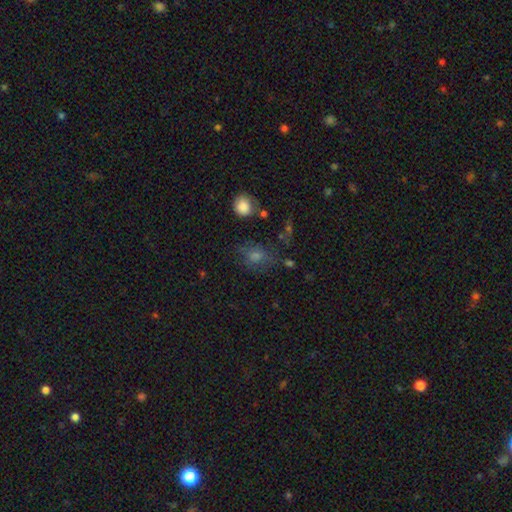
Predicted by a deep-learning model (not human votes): Q: Smooth or featured?
A: smooth (55%); runner-up: star or artifact (27%)
Q: How rounded?
A: round (52%); runner-up: in between (46%)
Q: Merging?
A: none (63%); runner-up: minor disturbance (20%)